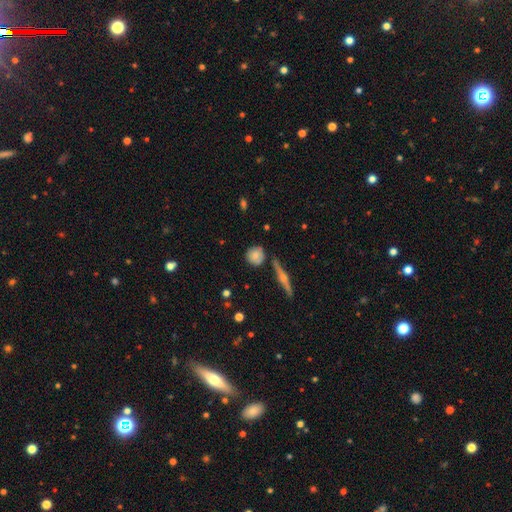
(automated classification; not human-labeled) A smooth galaxy with no disk features (71%) that is round (89%). Merging: none (79%).